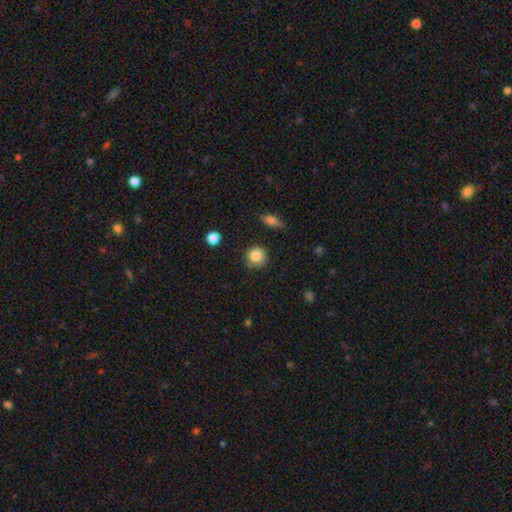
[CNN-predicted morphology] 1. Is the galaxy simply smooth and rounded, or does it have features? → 85% smooth, 9% star or artifact, 6% featured or disk.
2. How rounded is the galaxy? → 90% round, 9% in between, 1% cigar-shaped.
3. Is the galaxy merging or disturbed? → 78% none, 16% minor disturbance, 3% major disturbance, 2% merger.